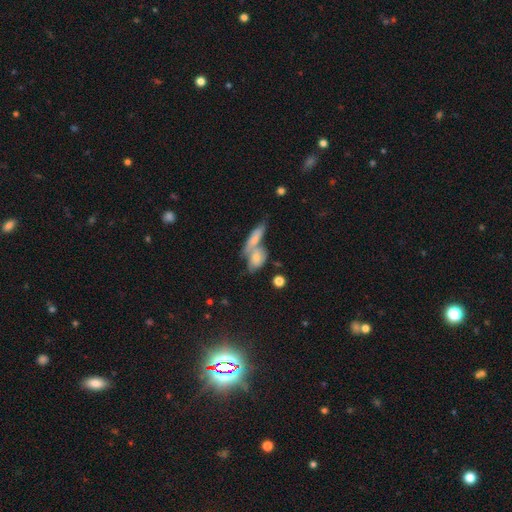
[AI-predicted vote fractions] Smooth or featured?
  - smooth: 61% *
  - featured or disk: 31%
  - star or artifact: 9%
How rounded?
  - in between: 68% *
  - round: 20%
  - cigar-shaped: 12%
Merging?
  - merger: 56% *
  - none: 28%
  - minor disturbance: 11%
  - major disturbance: 6%